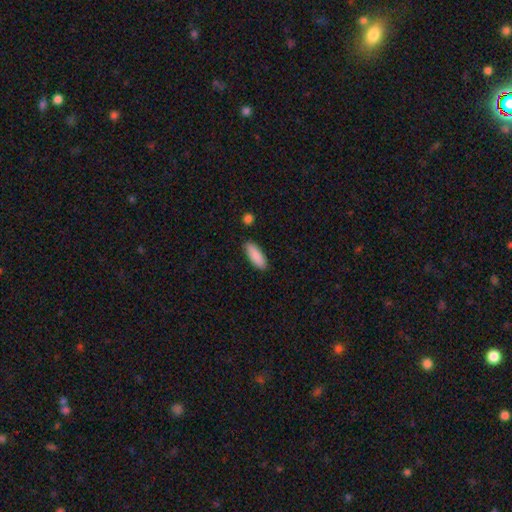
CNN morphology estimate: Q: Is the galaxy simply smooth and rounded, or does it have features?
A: smooth — 89%.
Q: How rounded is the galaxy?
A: in between — 67%.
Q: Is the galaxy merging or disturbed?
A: none — 87%.